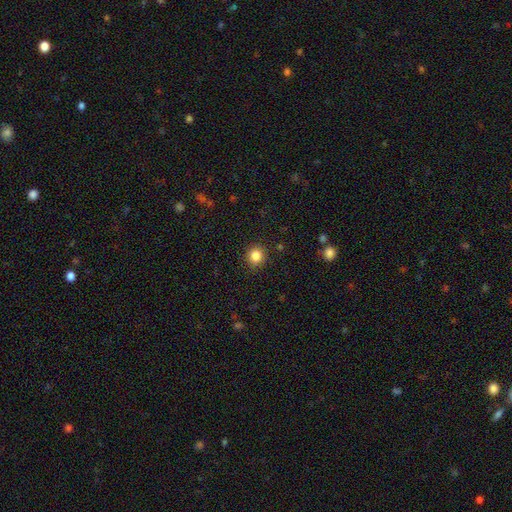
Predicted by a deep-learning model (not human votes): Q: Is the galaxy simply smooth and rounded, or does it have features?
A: smooth — 85%.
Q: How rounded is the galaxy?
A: round — 89%.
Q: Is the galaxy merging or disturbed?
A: none — 90%.